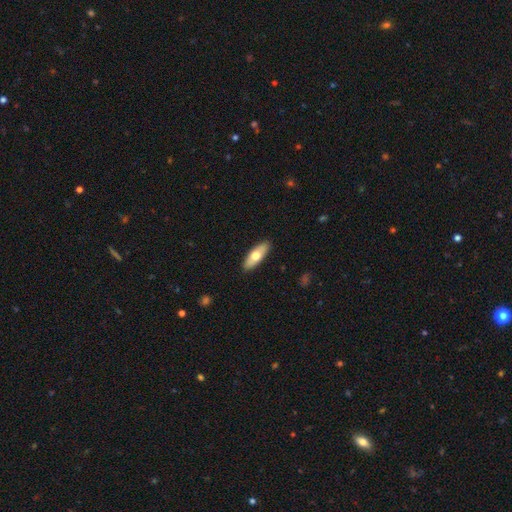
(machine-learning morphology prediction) The model was most divided on "how rounded": in between: 65%, cigar-shaped: 33%, round: 2%. More confident: merging — none (90%); smooth or featured — smooth (64%).